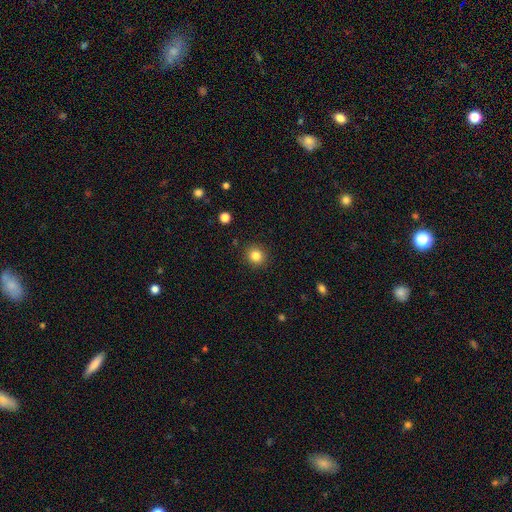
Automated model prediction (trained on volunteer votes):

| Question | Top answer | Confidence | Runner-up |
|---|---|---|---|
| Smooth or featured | smooth | 83% | star or artifact (12%) |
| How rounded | round | 90% | in between (9%) |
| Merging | none | 91% | minor disturbance (6%) |